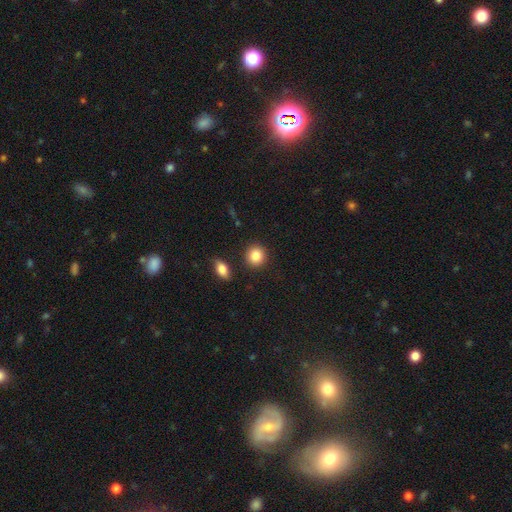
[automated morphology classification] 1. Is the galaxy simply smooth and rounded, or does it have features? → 86% smooth, 8% star or artifact, 5% featured or disk.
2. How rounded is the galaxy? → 86% round, 13% in between, 1% cigar-shaped.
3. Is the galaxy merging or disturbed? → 87% none, 7% minor disturbance, 4% merger, 2% major disturbance.